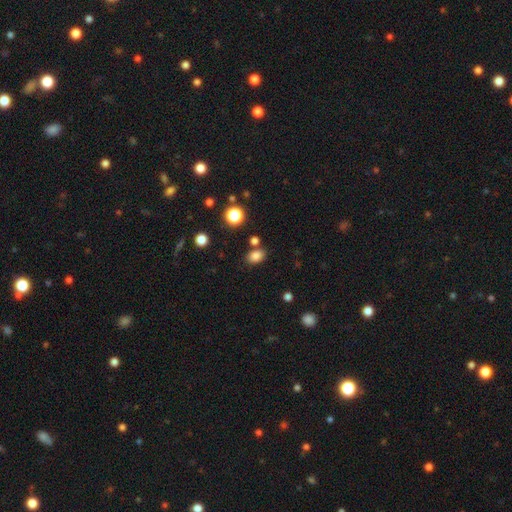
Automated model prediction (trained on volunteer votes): smooth-or-featured: smooth: 83% | star or artifact: 12% | featured or disk: 5%
  how-rounded: in between: 74% | round: 25% | cigar-shaped: 1%
  merging: none: 76% | minor disturbance: 11% | merger: 9% | major disturbance: 3%